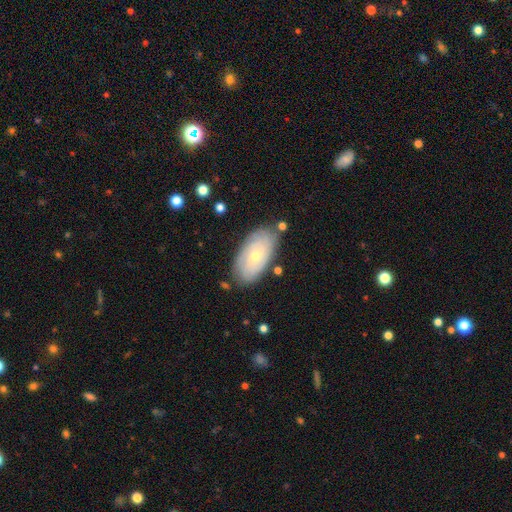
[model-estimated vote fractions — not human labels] Morphology: type=featured or disk (62%); edge-on=no (92%); bar=no (84%); spiral arms=yes (75%); bulge=small (59%); merging=none (80%).